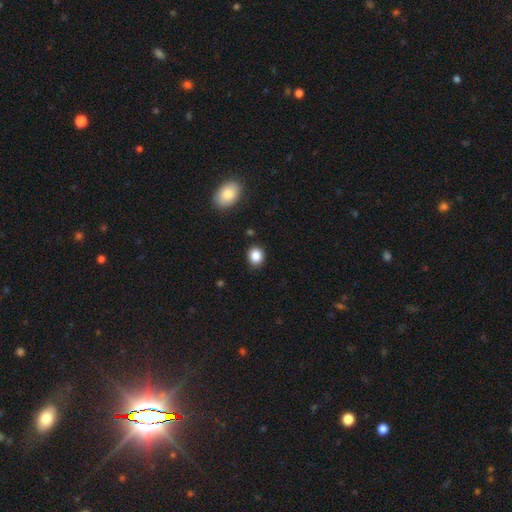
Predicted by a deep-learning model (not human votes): A smooth galaxy with no disk features (86%) that is round (64%).

Vote fractions:
- Smooth or featured? smooth: 86% / star or artifact: 10% / featured or disk: 4%
- How rounded? round: 64% / in between: 35% / cigar-shaped: 1%
- Merging? none: 88% / minor disturbance: 8% / major disturbance: 2% / merger: 2%